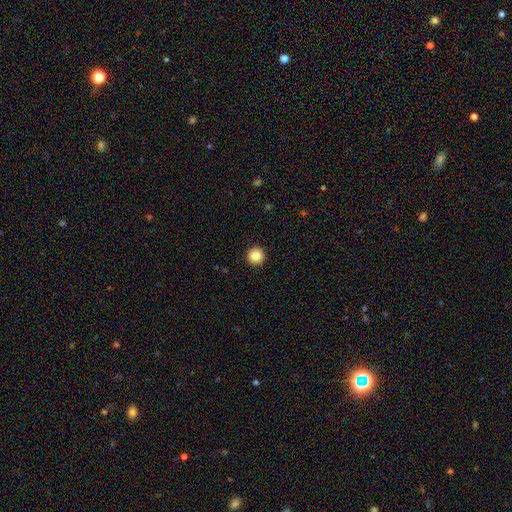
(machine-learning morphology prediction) A smooth galaxy with no disk features (86%) that is round (96%). Merging: none (94%).